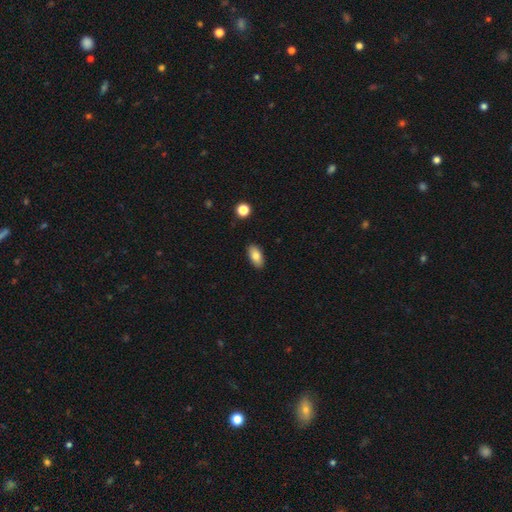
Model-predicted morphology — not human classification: Smooth or featured? Predicted: smooth (p=0.82). How rounded? Predicted: in between (p=0.91). Merging? Predicted: none (p=0.88).